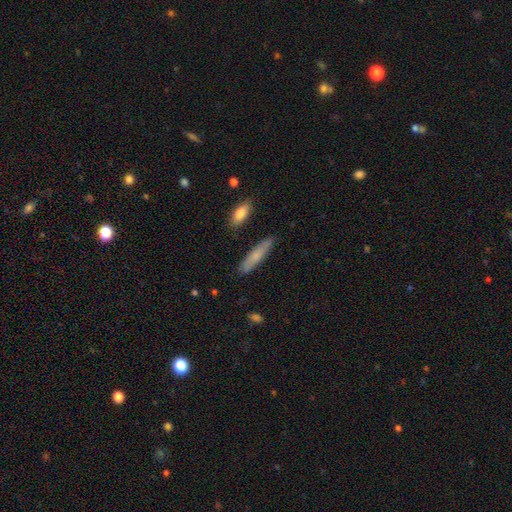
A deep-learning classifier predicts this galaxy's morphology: smooth 68%, featured or disk 25%, star or artifact 7%. Down the decision tree: how rounded — cigar-shaped (82%); merging — none (85%).